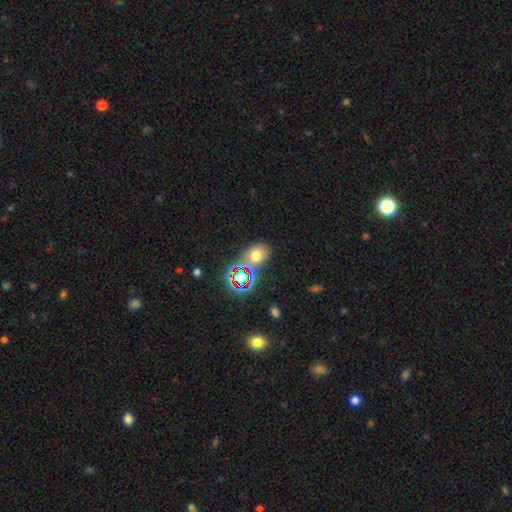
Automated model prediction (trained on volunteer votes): The model was most divided on "how rounded": in between: 61%, round: 38%, cigar-shaped: 1%. More confident: smooth or featured — smooth (63%); merging — none (61%).